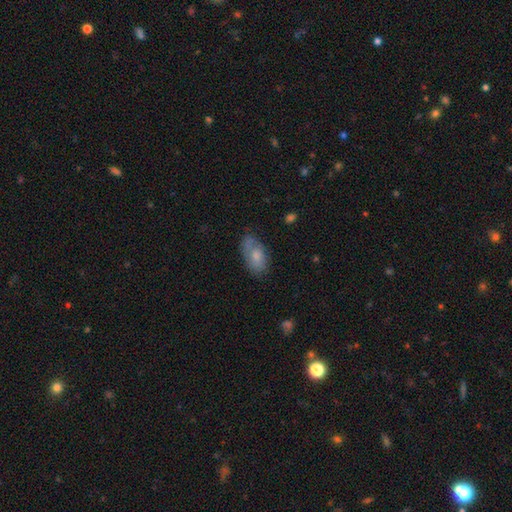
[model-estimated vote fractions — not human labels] Overall: smooth (72%). How rounded: in between (92%). Merging: none (60%; minor disturbance 28%).